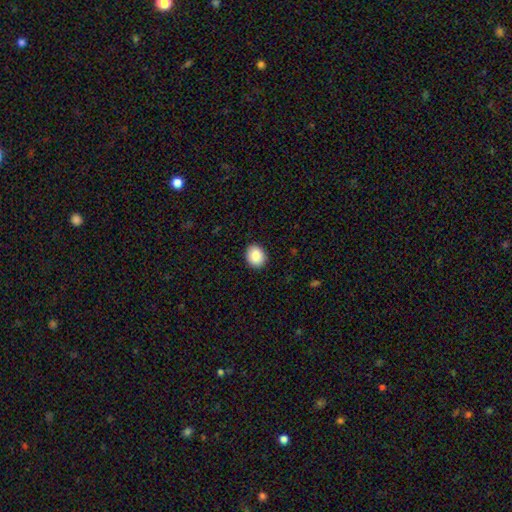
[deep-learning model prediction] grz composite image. It shows a smooth galaxy with no disk features (89%) that is round (55%). Merging: none (91%).